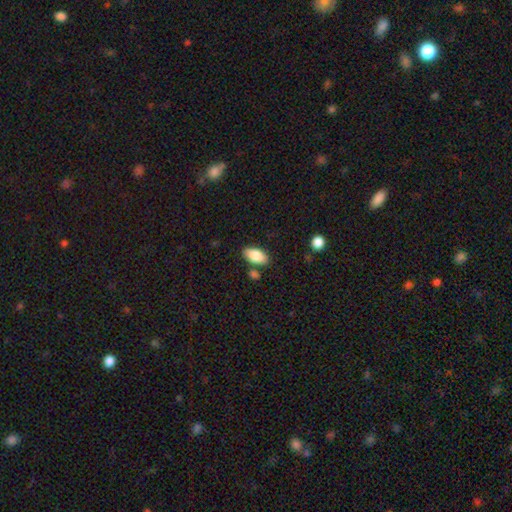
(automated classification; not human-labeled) The model was most divided on "merging": none: 79%, minor disturbance: 12%, merger: 6%, major disturbance: 3%. More confident: how rounded — in between (93%); smooth or featured — smooth (84%).